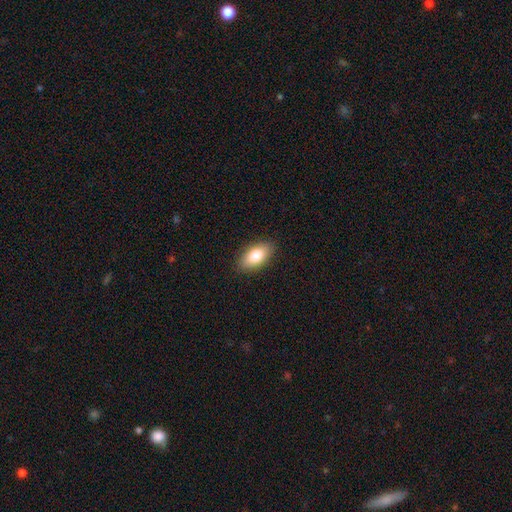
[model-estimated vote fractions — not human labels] Q: Smooth or featured?
A: smooth (83%); runner-up: featured or disk (10%)
Q: How rounded?
A: in between (91%); runner-up: cigar-shaped (6%)
Q: Merging?
A: none (89%); runner-up: minor disturbance (8%)